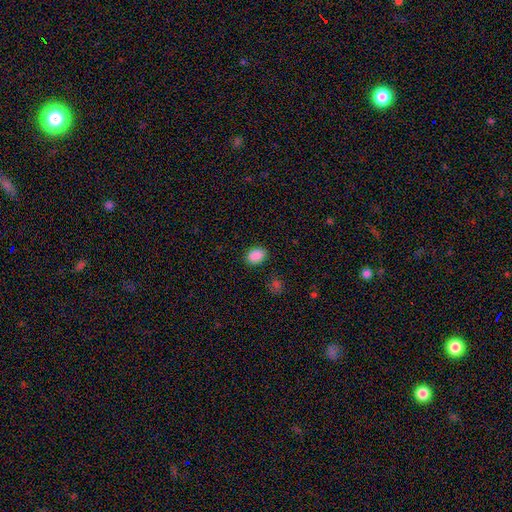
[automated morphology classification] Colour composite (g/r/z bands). It shows a smooth galaxy with no disk features (88%) that is in between round and cigar-shaped (78%). Merging: none (87%).